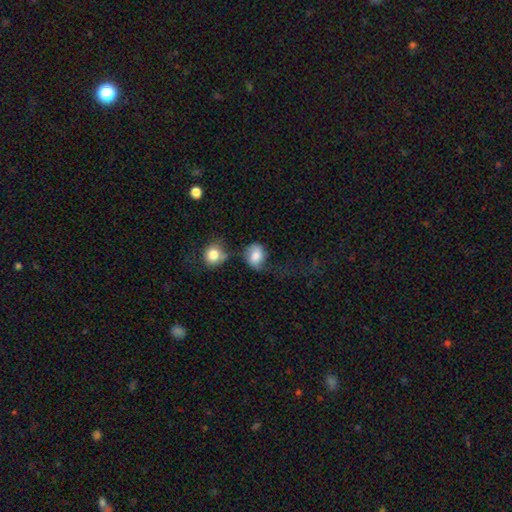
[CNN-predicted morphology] This appears to be a smooth galaxy with no disk features (66%) that is round (60%). Merging: none (41%).